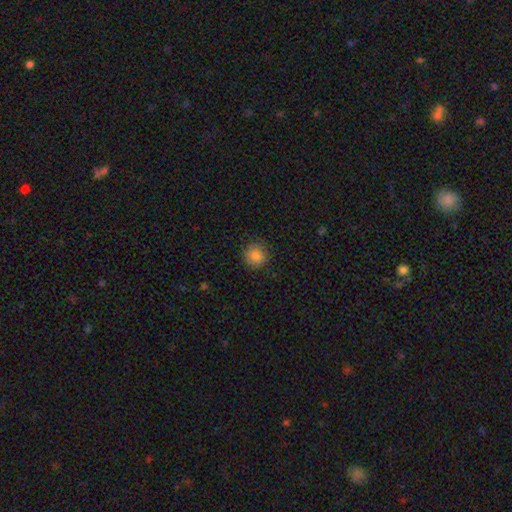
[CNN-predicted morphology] The model was most divided on "smooth or featured": smooth: 86%, star or artifact: 10%, featured or disk: 4%. More confident: how rounded — round (92%); merging — none (87%).